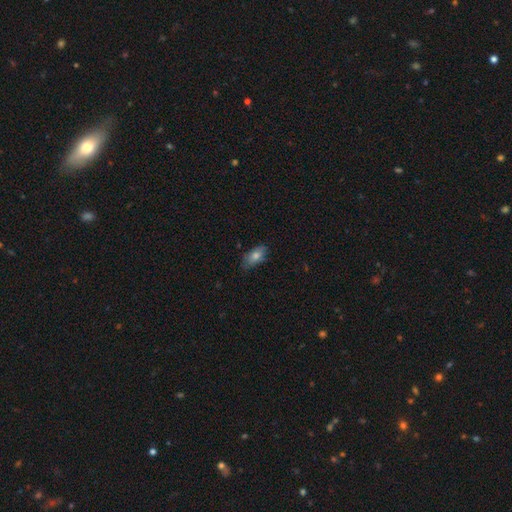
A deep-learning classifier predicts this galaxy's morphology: smooth-or-featured: smooth: 74% | featured or disk: 18% | star or artifact: 8%
  how-rounded: in between: 88% | cigar-shaped: 6% | round: 5%
  merging: none: 72% | minor disturbance: 23% | major disturbance: 4% | merger: 1%